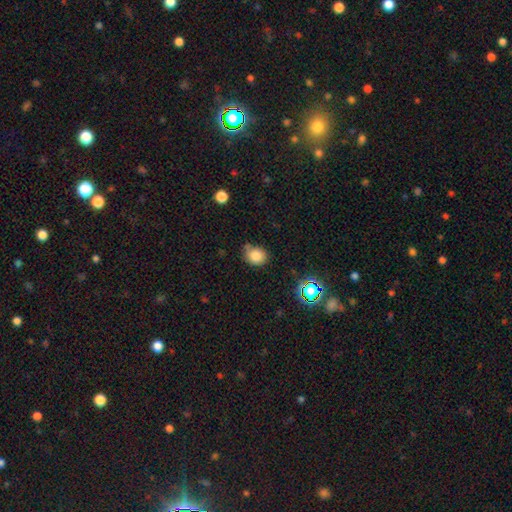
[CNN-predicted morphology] Smooth or featured? Predicted: smooth (p=0.81). How rounded? Predicted: round (p=0.67). Merging? Predicted: none (p=0.64).